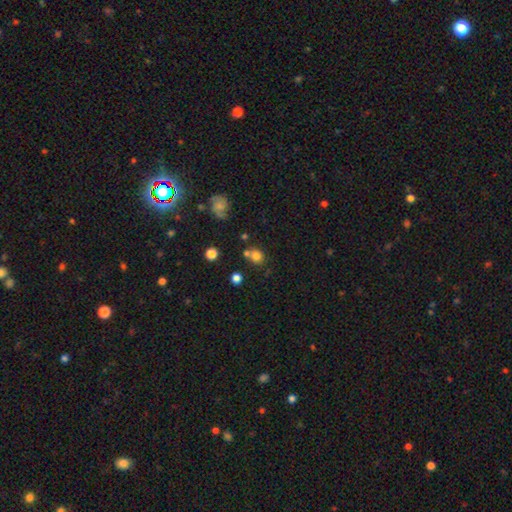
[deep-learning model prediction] smooth_or_featured: smooth (p=0.76) [alt: star or artifact p=0.14]
how_rounded: round (p=0.78) [alt: in between p=0.21]
merging: none (p=0.56) [alt: merger p=0.27]